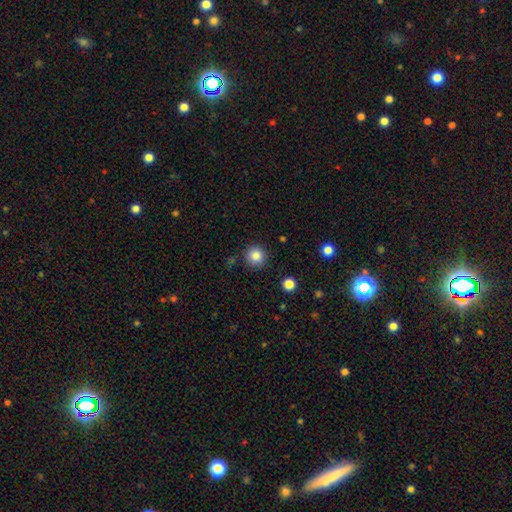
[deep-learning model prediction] smooth_or_featured: smooth (p=0.85) [alt: star or artifact p=0.10]
how_rounded: round (p=0.94) [alt: in between p=0.05]
merging: none (p=0.89) [alt: minor disturbance p=0.07]